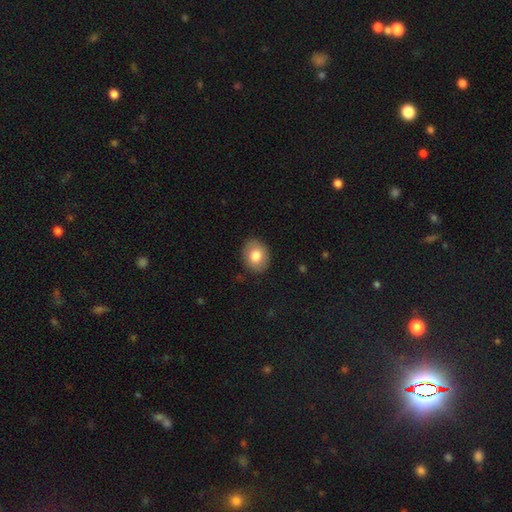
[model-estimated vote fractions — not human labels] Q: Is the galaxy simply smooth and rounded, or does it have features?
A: smooth — 80%.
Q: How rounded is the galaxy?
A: in between — 56%.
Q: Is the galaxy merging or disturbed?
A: none — 88%.